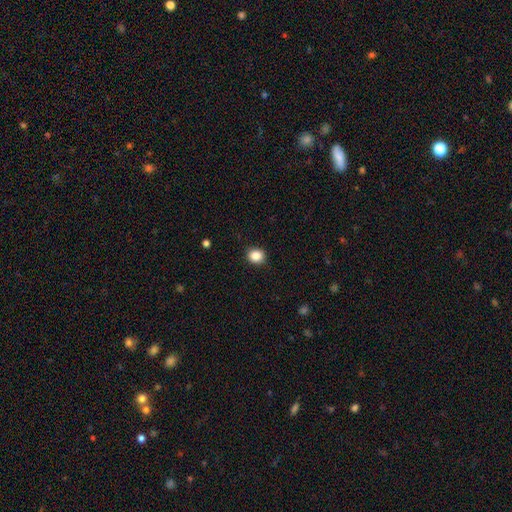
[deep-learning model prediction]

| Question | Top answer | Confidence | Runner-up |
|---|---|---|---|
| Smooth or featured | smooth | 86% | star or artifact (10%) |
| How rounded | round | 78% | in between (21%) |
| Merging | none | 90% | minor disturbance (7%) |